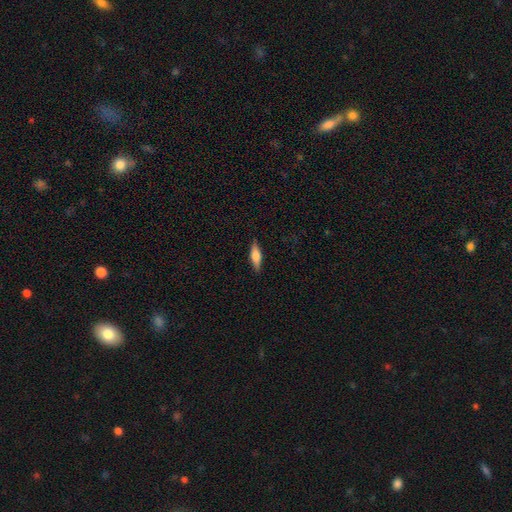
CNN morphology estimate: smooth 65%, featured or disk 29%, star or artifact 6%. Down the decision tree: how rounded — in between (49%); merging — none (86%).